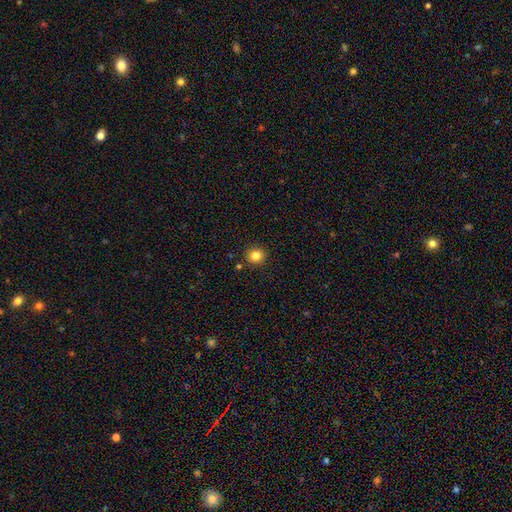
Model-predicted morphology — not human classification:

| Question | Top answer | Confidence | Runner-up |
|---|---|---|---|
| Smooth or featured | smooth | 83% | star or artifact (12%) |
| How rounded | round | 89% | in between (10%) |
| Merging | none | 89% | minor disturbance (6%) |